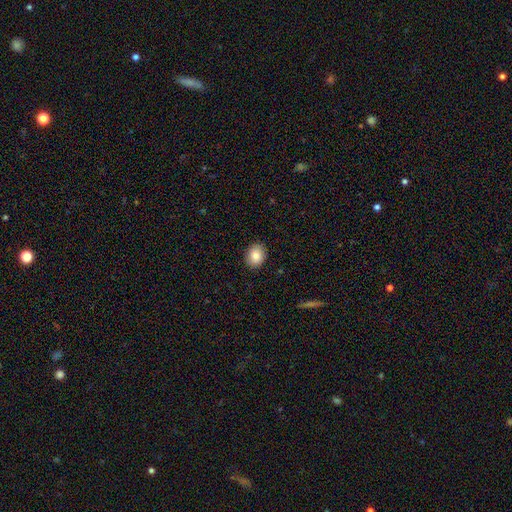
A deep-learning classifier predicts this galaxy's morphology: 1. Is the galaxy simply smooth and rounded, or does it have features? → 84% smooth, 8% star or artifact, 8% featured or disk.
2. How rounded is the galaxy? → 50% round, 49% in between, 1% cigar-shaped.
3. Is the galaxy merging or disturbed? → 90% none, 8% minor disturbance, 2% major disturbance, 1% merger.